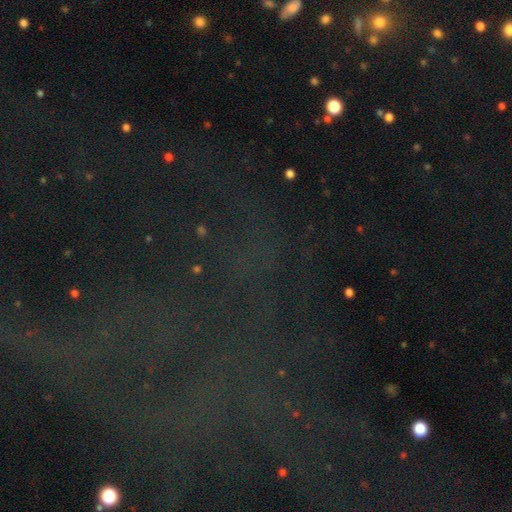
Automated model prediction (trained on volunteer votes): Smooth or featured? star or artifact (76%)